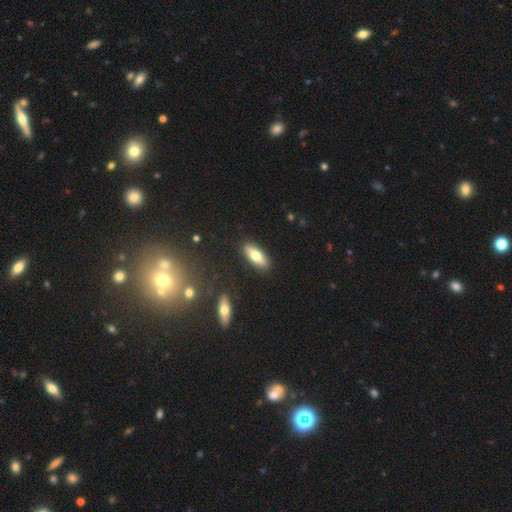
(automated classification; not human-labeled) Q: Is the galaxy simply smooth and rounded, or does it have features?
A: smooth — 67%.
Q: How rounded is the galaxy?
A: in between — 65%.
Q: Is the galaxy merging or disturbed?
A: none — 88%.